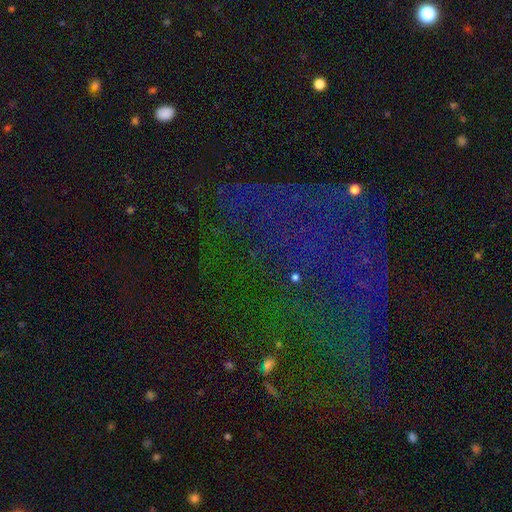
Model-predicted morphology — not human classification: smooth-or-featured: star or artifact: 79% | smooth: 11% | featured or disk: 10%